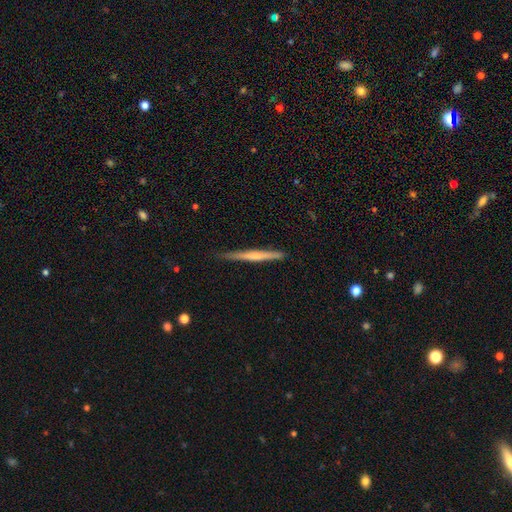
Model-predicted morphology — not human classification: This is possibly a featured or disk galaxy (53%). It is clearly viewed edge-on (97%). Edge-on bulge: possibly none (48%). Merging: clearly none (83%).